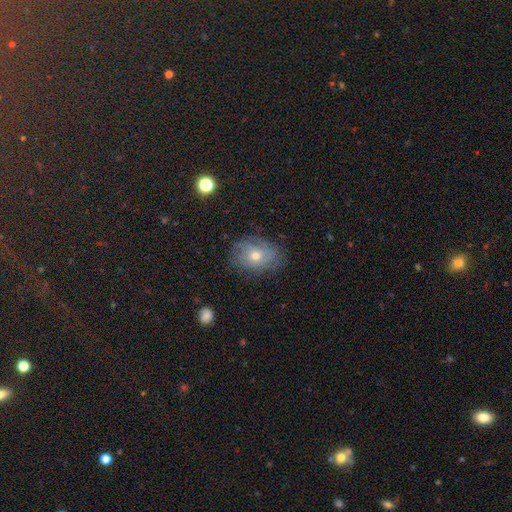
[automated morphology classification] Smooth or featured?
  - featured or disk: 56% *
  - smooth: 32%
  - star or artifact: 13%
Edge-on disk?
  - no: 95% *
  - yes: 5%
Bar?
  - no: 82% *
  - weak: 15%
  - strong: 3%
Spiral arms?
  - yes: 78% *
  - no: 22%
Bulge size?
  - moderate: 60% *
  - small: 35%
  - large: 3%
  - none: 1%
  - dominant: 1%
Merging?
  - none: 76% *
  - minor disturbance: 17%
  - major disturbance: 6%
  - merger: 1%